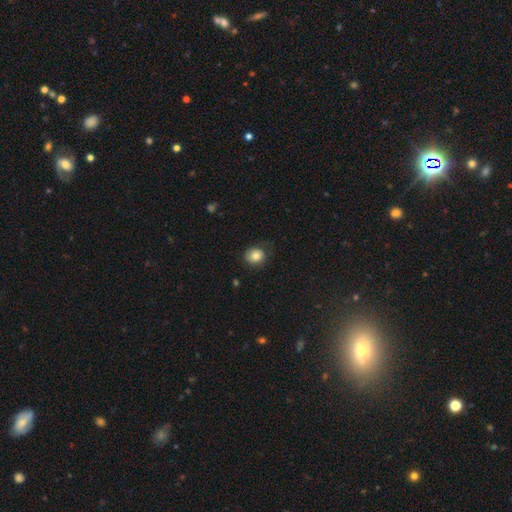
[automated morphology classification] A smooth galaxy with no disk features (81%) that is round (74%). Merging: none (73%).